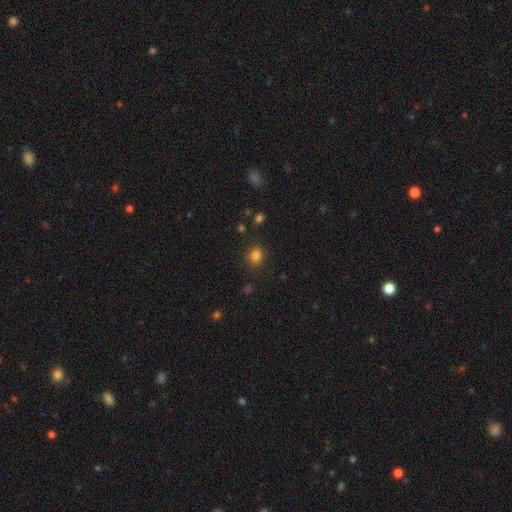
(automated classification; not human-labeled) Q: Smooth or featured?
A: smooth (82%); runner-up: star or artifact (13%)
Q: How rounded?
A: round (58%); runner-up: in between (41%)
Q: Merging?
A: none (85%); runner-up: minor disturbance (10%)